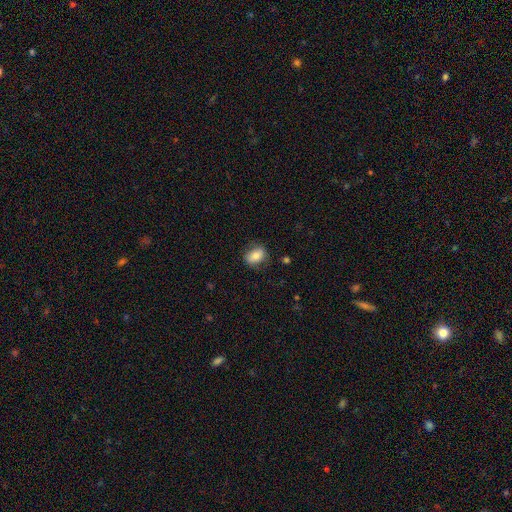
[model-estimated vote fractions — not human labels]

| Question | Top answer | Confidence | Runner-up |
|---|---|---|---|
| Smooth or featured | smooth | 80% | featured or disk (12%) |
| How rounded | in between | 75% | round (23%) |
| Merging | none | 80% | minor disturbance (15%) |